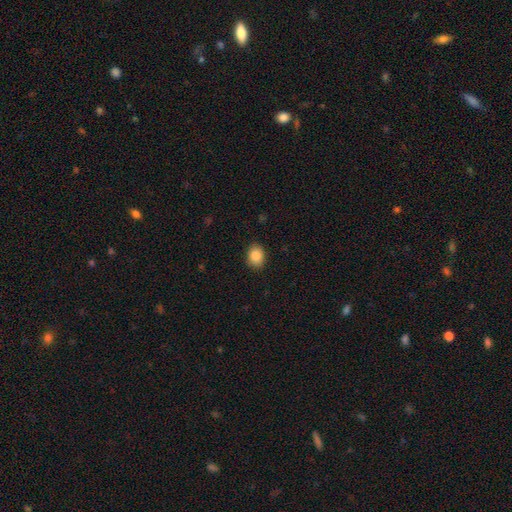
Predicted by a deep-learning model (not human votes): Overall: smooth (87%). How rounded: in between (57%; round 42%). Merging: none (87%).